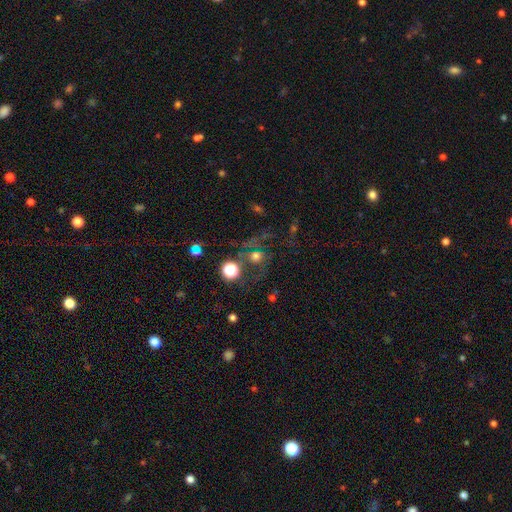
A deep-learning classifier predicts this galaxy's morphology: Smooth or featured? Predicted: smooth (p=0.39). Merging? Predicted: none (p=0.57).